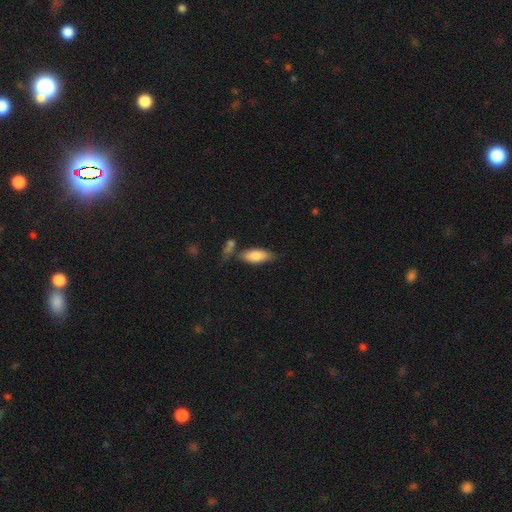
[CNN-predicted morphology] A smooth galaxy with no disk features (78%) that is in between round and cigar-shaped (74%).

Vote fractions:
- Smooth or featured? smooth: 78% / featured or disk: 16% / star or artifact: 6%
- How rounded? in between: 74% / cigar-shaped: 23% / round: 2%
- Merging? none: 62% / minor disturbance: 20% / merger: 13% / major disturbance: 5%